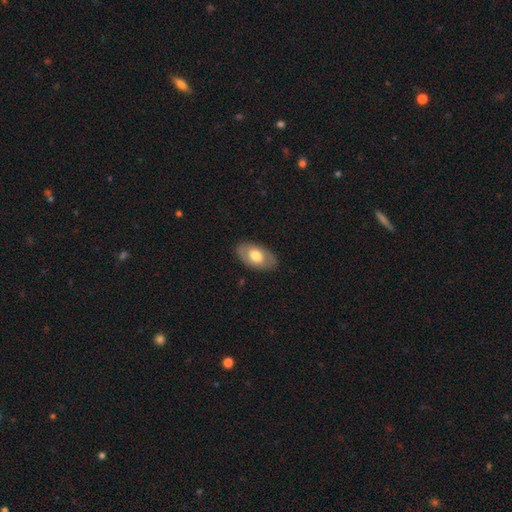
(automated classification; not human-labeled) A smooth galaxy with no disk features (58%) that is in between round and cigar-shaped (92%).

Vote fractions:
- Smooth or featured? smooth: 58% / featured or disk: 37% / star or artifact: 5%
- How rounded? in between: 92% / round: 6% / cigar-shaped: 2%
- Merging? none: 84% / minor disturbance: 12% / major disturbance: 3% / merger: 1%